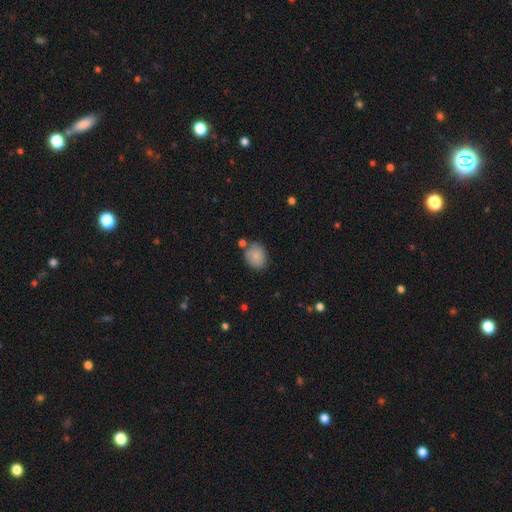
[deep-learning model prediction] The model was most divided on "how rounded": round: 54%, in between: 45%, cigar-shaped: 1%. More confident: smooth or featured — smooth (83%); merging — none (70%).